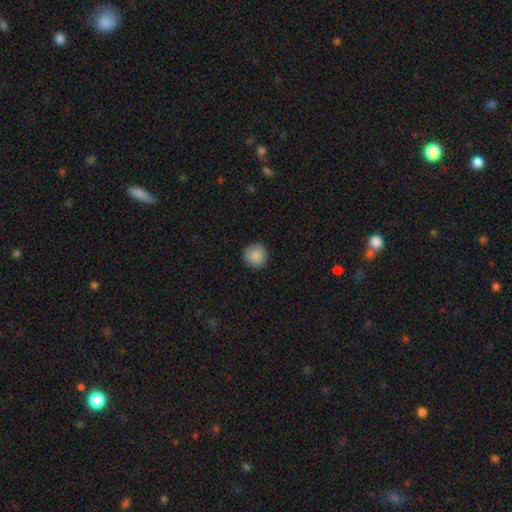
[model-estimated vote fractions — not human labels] Smooth or featured: smooth — 88% (star or artifact — 8%)
How rounded: round — 94% (in between — 5%)
Merging: none — 89% (minor disturbance — 8%)